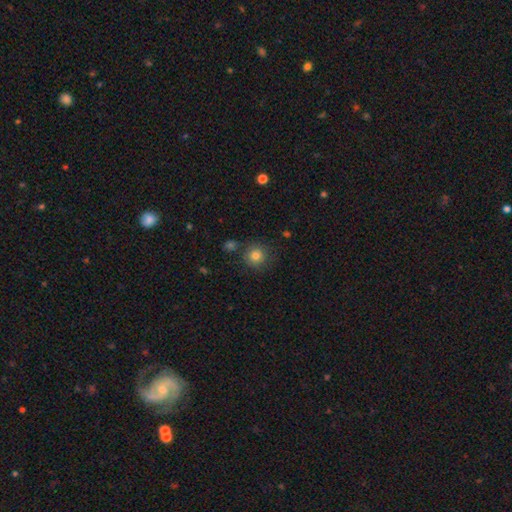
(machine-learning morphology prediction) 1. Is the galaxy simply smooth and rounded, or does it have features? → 80% smooth, 12% star or artifact, 8% featured or disk.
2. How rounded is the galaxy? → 92% round, 7% in between, 1% cigar-shaped.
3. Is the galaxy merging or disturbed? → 80% none, 11% minor disturbance, 5% merger, 3% major disturbance.